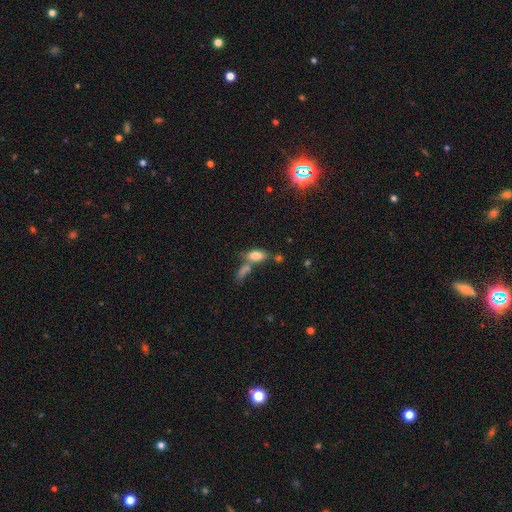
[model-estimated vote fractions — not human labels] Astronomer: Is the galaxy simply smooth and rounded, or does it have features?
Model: smooth — 75%.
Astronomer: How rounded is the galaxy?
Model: in between — 84%.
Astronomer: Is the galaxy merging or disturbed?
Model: none — 45% (runner-up: merger, 35%).